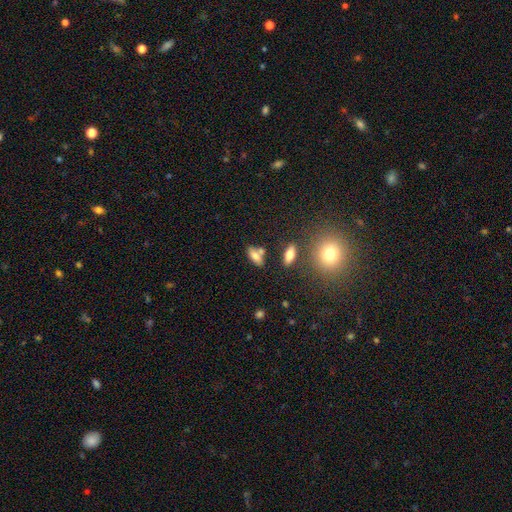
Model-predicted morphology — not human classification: Smooth or featured? Predicted: smooth (p=0.70). How rounded? Predicted: in between (p=0.75). Merging? Predicted: none (p=0.58).